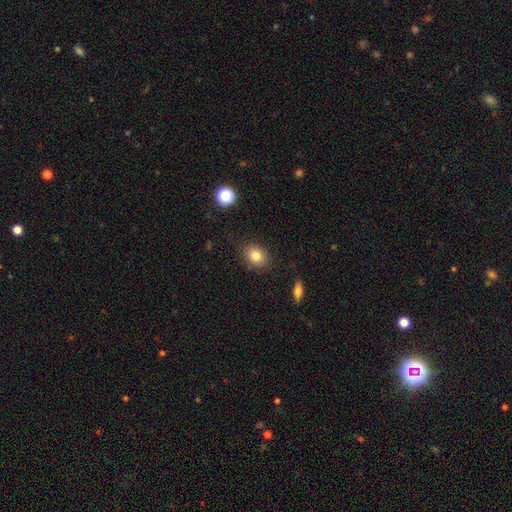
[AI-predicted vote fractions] Q: Smooth or featured?
A: smooth (81%); runner-up: star or artifact (11%)
Q: How rounded?
A: in between (53%); runner-up: round (46%)
Q: Merging?
A: none (86%); runner-up: minor disturbance (10%)